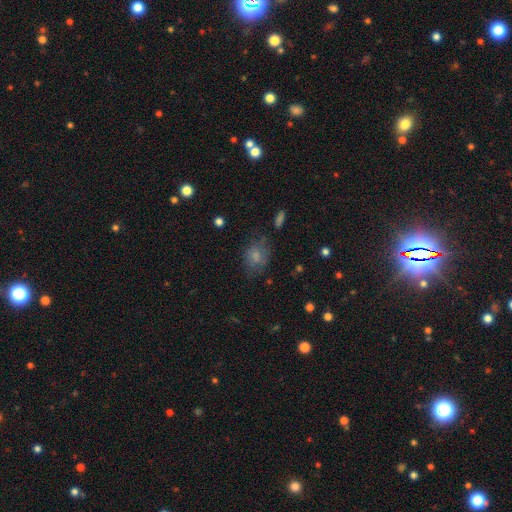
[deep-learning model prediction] This appears to be a smooth galaxy with no disk features (69%) that is in between round and cigar-shaped (61%). Merging: none (58%).